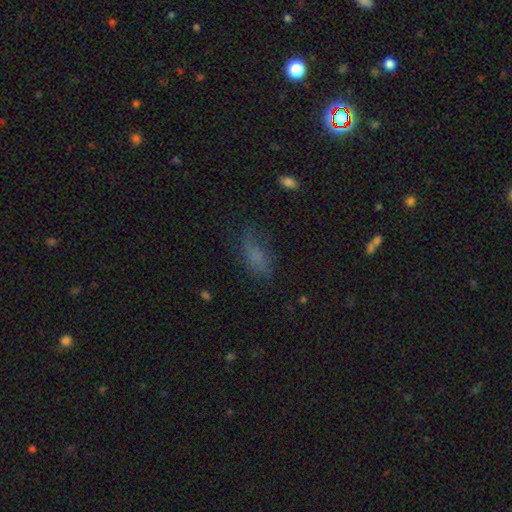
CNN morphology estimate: This is likely a smooth galaxy (64%). How rounded: likely in between (75%). Merging: possibly none (56%).